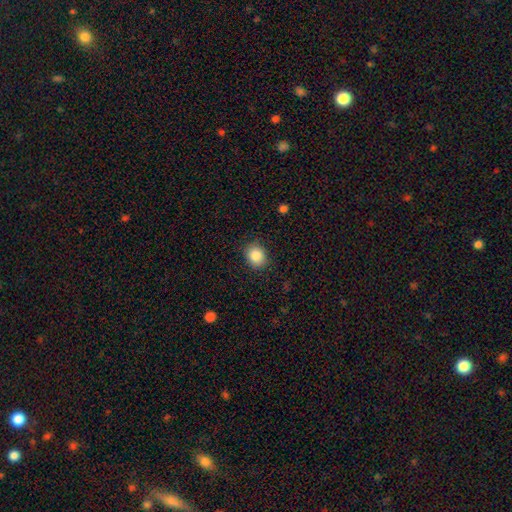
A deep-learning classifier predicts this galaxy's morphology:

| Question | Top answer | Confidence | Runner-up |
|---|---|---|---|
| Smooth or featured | smooth | 87% | star or artifact (9%) |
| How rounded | round | 65% | in between (34%) |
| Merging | none | 87% | minor disturbance (9%) |